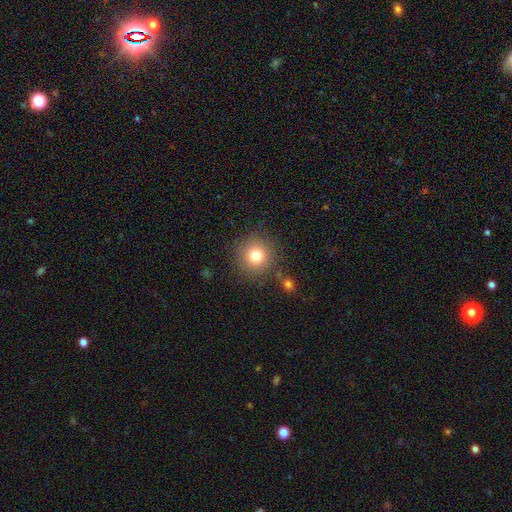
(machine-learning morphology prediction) Smooth or featured: smooth — 78% (star or artifact — 13%)
How rounded: round — 94% (in between — 5%)
Merging: none — 87% (minor disturbance — 8%)